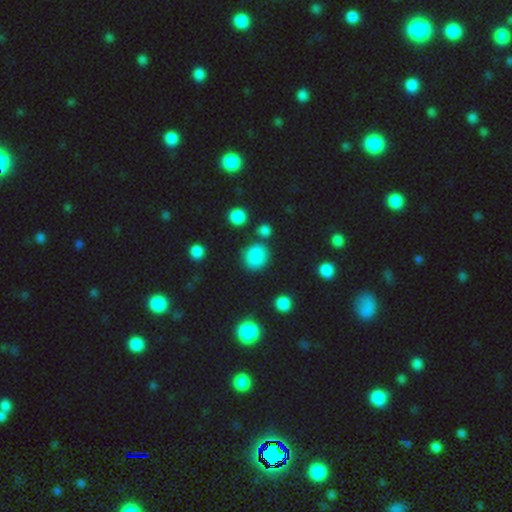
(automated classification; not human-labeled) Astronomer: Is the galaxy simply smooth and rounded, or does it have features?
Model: smooth — 81%.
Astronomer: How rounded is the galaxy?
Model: round — 80%.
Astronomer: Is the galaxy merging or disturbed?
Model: none — 79%.